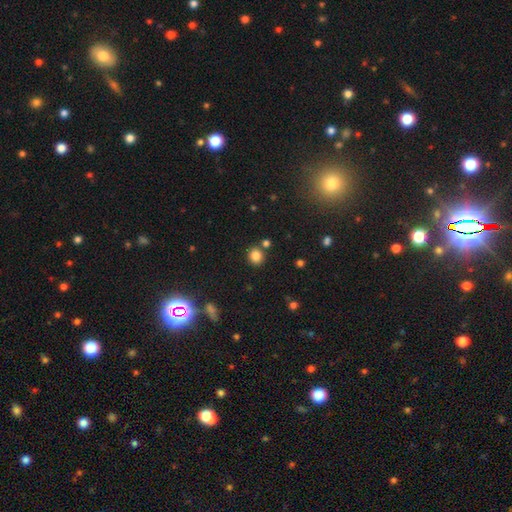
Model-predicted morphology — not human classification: This is clearly a smooth galaxy (83%). How rounded: clearly round (80%). Merging: likely none (79%).